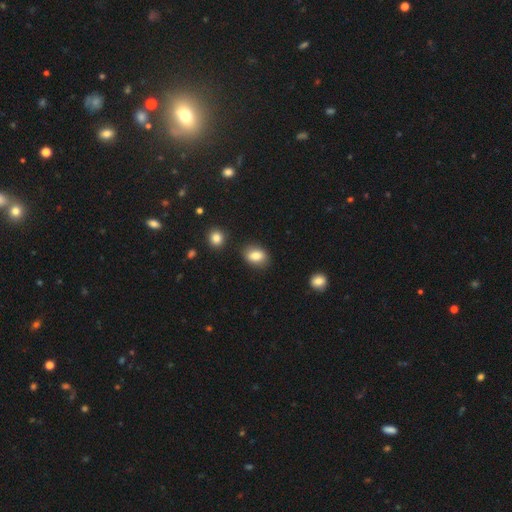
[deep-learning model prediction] A smooth galaxy with no disk features (83%) that is in between round and cigar-shaped (75%).

Vote fractions:
- Smooth or featured? smooth: 83% / featured or disk: 9% / star or artifact: 9%
- How rounded? in between: 75% / round: 23% / cigar-shaped: 1%
- Merging? none: 82% / minor disturbance: 11% / merger: 3% / major disturbance: 3%